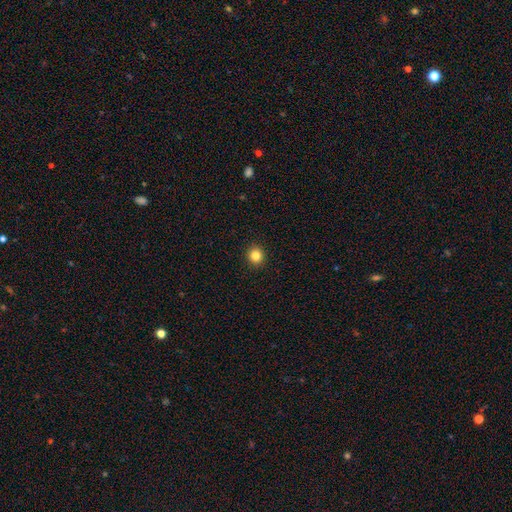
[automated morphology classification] Smooth or featured? Predicted: smooth (p=0.83). How rounded? Predicted: round (p=0.88). Merging? Predicted: none (p=0.93).